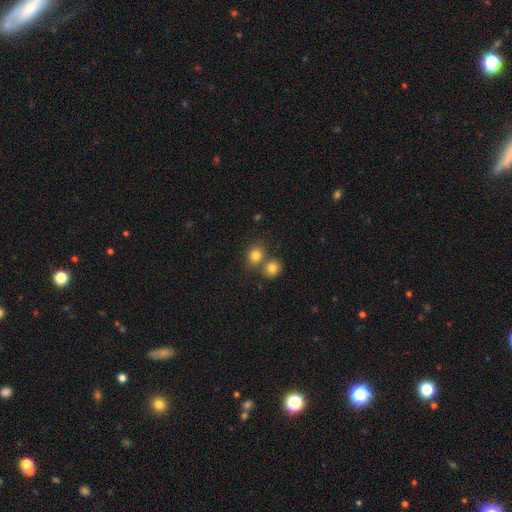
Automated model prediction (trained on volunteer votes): Smooth or featured? Predicted: smooth (p=0.81). How rounded? Predicted: round (p=0.72). Merging? Predicted: none (p=0.53).